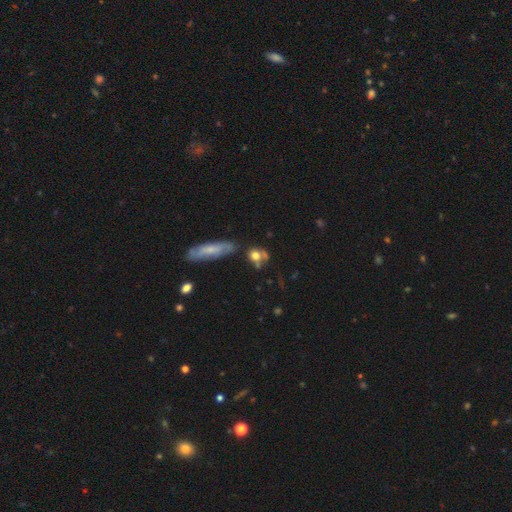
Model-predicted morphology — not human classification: Smooth or featured? Predicted: smooth (p=0.65). How rounded? Predicted: round (p=0.53). Merging? Predicted: none (p=0.42).